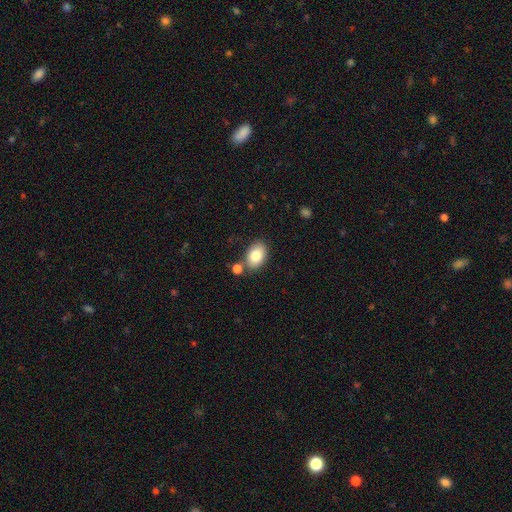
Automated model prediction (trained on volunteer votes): A smooth galaxy with no disk features (82%) that is in between round and cigar-shaped (85%).

Vote fractions:
- Smooth or featured? smooth: 82% / featured or disk: 10% / star or artifact: 8%
- How rounded? in between: 85% / round: 14% / cigar-shaped: 1%
- Merging? none: 74% / minor disturbance: 12% / merger: 10% / major disturbance: 3%